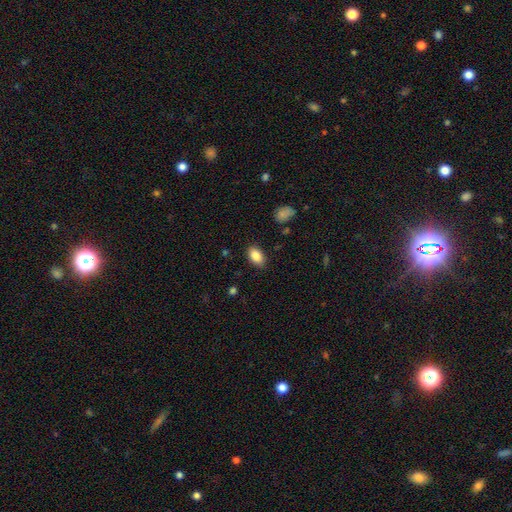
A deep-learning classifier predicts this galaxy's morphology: type=smooth (86%); roundness=in between (90%); merging=none (86%).